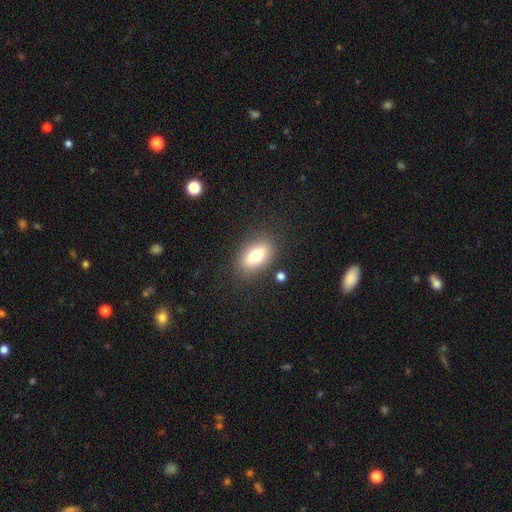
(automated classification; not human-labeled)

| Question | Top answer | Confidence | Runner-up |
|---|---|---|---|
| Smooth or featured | smooth | 73% | featured or disk (18%) |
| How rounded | in between | 85% | round (8%) |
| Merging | none | 83% | minor disturbance (10%) |